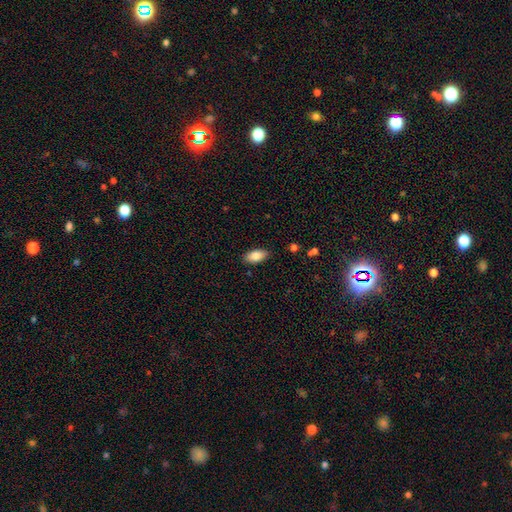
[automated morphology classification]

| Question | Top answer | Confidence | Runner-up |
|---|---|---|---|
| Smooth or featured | smooth | 84% | featured or disk (10%) |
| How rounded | in between | 91% | cigar-shaped (6%) |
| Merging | none | 87% | minor disturbance (10%) |